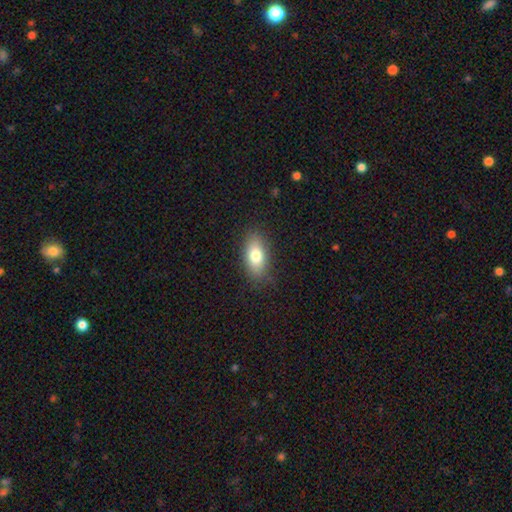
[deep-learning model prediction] smooth 77%, featured or disk 15%, star or artifact 8%. Down the decision tree: how rounded — in between (87%); merging — none (85%).